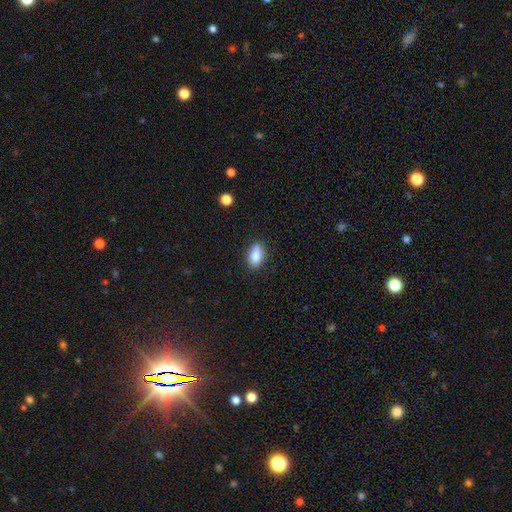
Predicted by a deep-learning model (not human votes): A smooth galaxy with no disk features (84%) that is in between round and cigar-shaped (87%). Merging: none (79%).